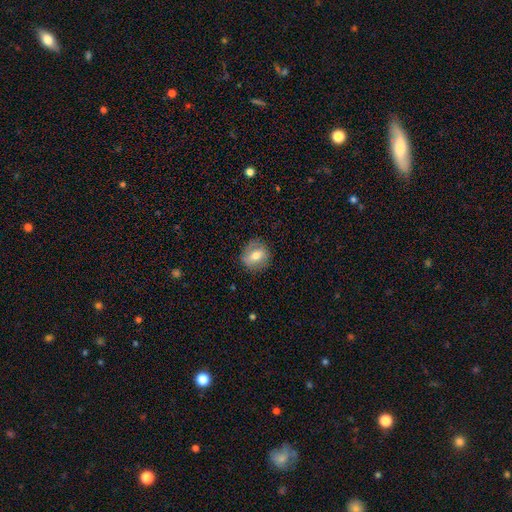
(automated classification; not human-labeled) smooth-or-featured: smooth: 58% | featured or disk: 34% | star or artifact: 8%
  how-rounded: round: 72% | in between: 27% | cigar-shaped: 1%
  merging: none: 81% | minor disturbance: 14% | major disturbance: 5% | merger: 1%